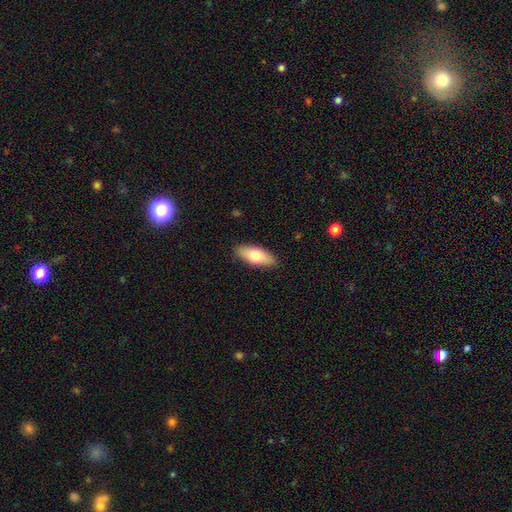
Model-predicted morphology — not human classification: This appears to be a smooth galaxy with no disk features (71%) that is in between round and cigar-shaped (80%). Merging: none (89%).